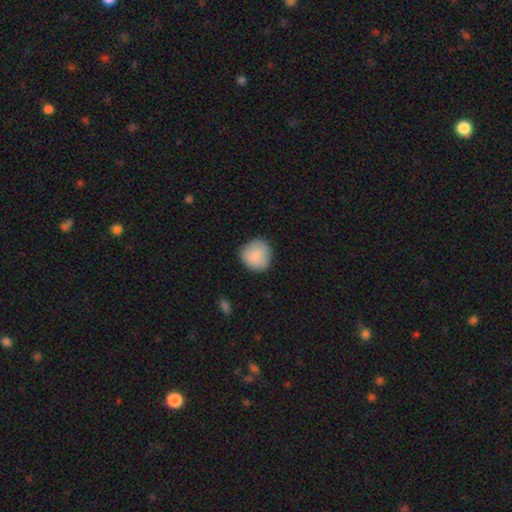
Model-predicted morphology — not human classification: A smooth galaxy with no disk features (88%) that is round (89%).

Vote fractions:
- Smooth or featured? smooth: 88% / star or artifact: 6% / featured or disk: 5%
- How rounded? round: 89% / in between: 10% / cigar-shaped: 1%
- Merging? none: 82% / minor disturbance: 14% / major disturbance: 3% / merger: 1%